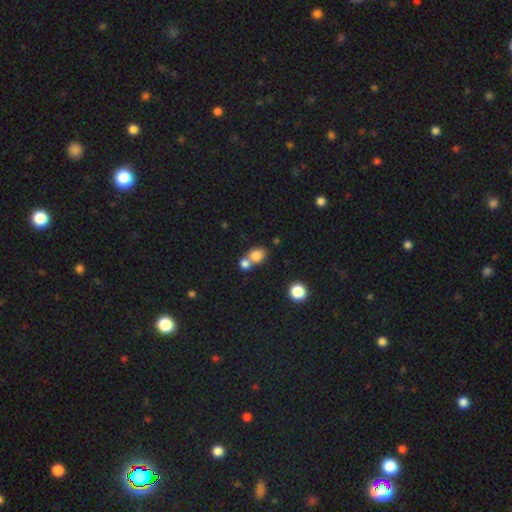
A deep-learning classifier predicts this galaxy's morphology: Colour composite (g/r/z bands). It shows a smooth galaxy with no disk features (81%) that is round (56%). Merging: merger (50%).